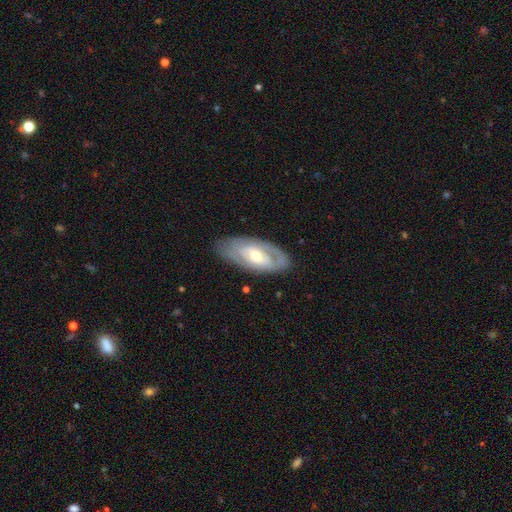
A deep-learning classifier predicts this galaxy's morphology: Overall: featured or disk (69%). Edge-on disk: no (89%). Bar: no (48%; weak 36%). Spiral arms: yes (61%; no 39%). Bulge size: moderate (59%; small 34%). Merging: none (78%).